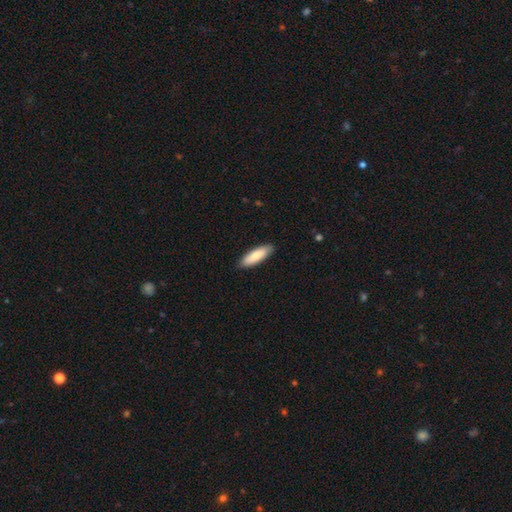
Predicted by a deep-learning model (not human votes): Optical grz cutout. It shows a smooth galaxy with no disk features (83%) that is in between round and cigar-shaped (52%). Merging: none (88%).